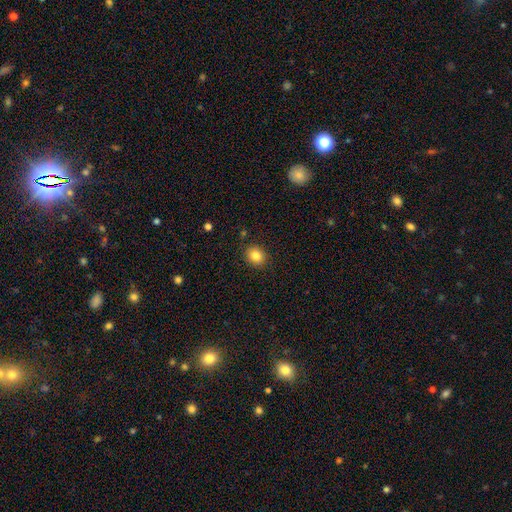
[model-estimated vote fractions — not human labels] Smooth or featured: smooth — 84% (star or artifact — 10%)
How rounded: round — 66% (in between — 33%)
Merging: none — 88% (minor disturbance — 8%)